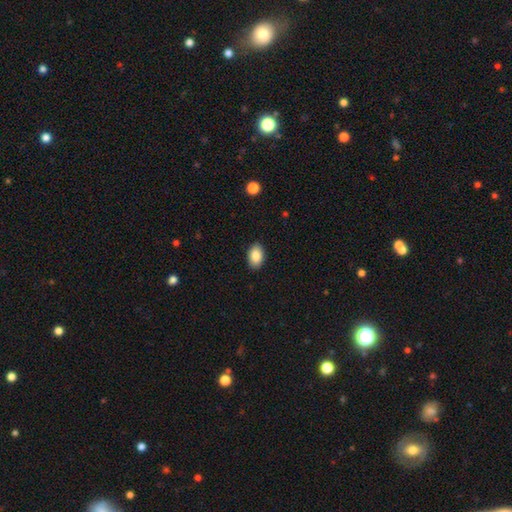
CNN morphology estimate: A smooth galaxy with no disk features (86%) that is in between round and cigar-shaped (89%).

Vote fractions:
- Smooth or featured? smooth: 86% / star or artifact: 7% / featured or disk: 6%
- How rounded? in between: 89% / round: 10% / cigar-shaped: 1%
- Merging? none: 90% / minor disturbance: 7% / major disturbance: 2% / merger: 1%